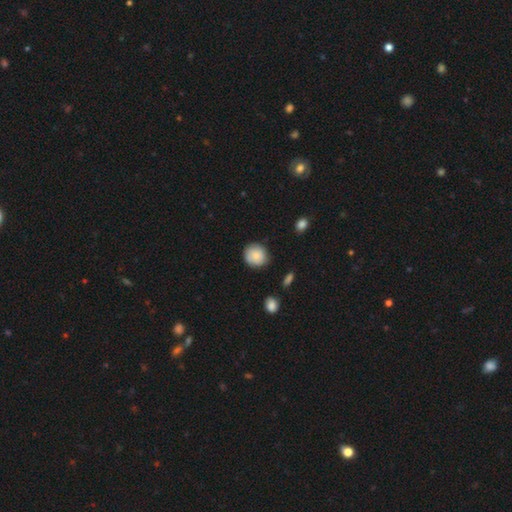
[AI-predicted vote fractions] Smooth or featured: smooth — 79% (featured or disk — 14%)
How rounded: round — 85% (in between — 14%)
Merging: none — 81% (minor disturbance — 15%)